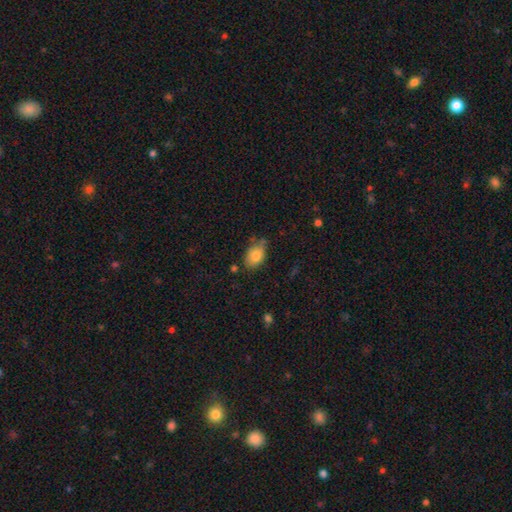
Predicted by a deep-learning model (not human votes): A smooth galaxy with no disk features (82%) that is in between round and cigar-shaped (80%).

Vote fractions:
- Smooth or featured? smooth: 82% / featured or disk: 10% / star or artifact: 8%
- How rounded? in between: 80% / round: 18% / cigar-shaped: 1%
- Merging? none: 60% / minor disturbance: 28% / merger: 6% / major disturbance: 6%